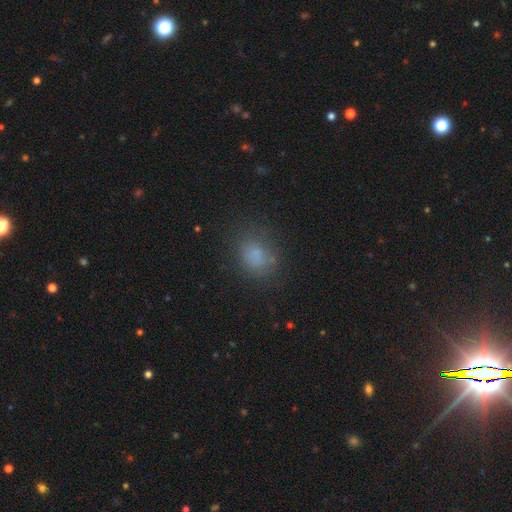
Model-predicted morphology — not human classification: The model was most divided on "how rounded": in between: 51%, round: 47%, cigar-shaped: 1%. More confident: smooth or featured — smooth (77%); merging — none (74%).